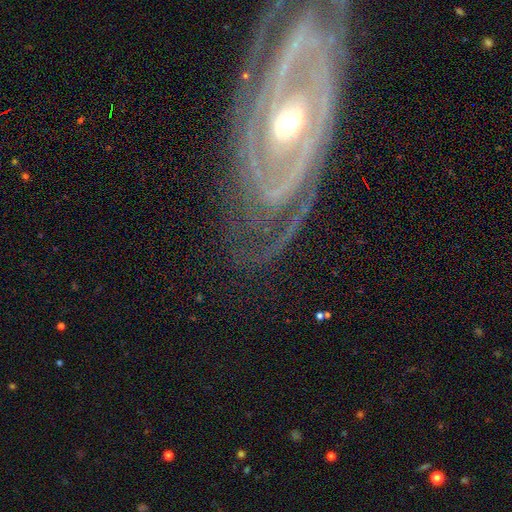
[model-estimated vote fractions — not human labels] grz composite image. It shows a featured or disk galaxy (86%) with no bar (54%), 2 (38%) tight (67%) spiral arms (88%) and a moderate central bulge (57%). Merging: none (71%).